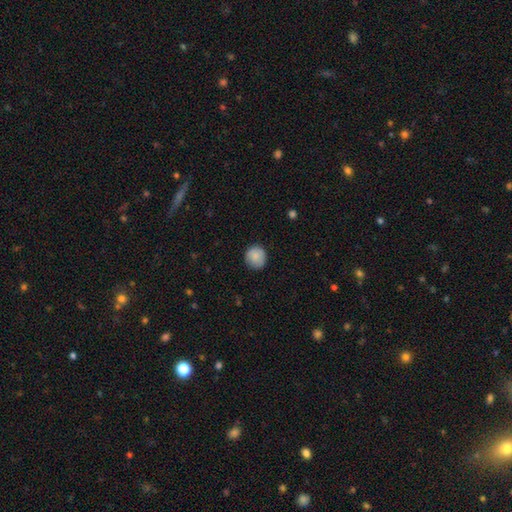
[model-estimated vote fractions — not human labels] Smooth or featured: smooth — 85% (featured or disk — 8%)
How rounded: round — 91% (in between — 9%)
Merging: none — 85% (minor disturbance — 12%)